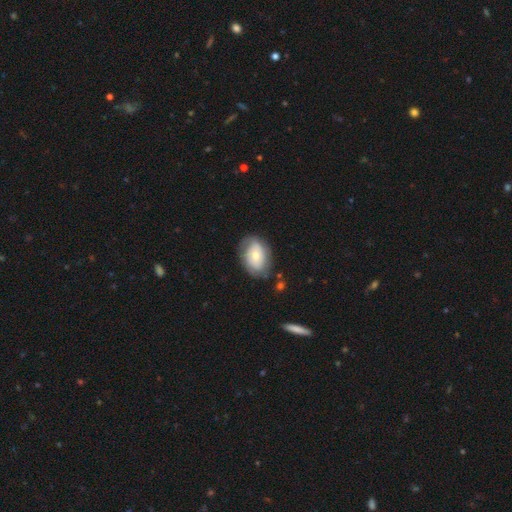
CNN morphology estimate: type=smooth (54%); roundness=in between (82%); merging=none (72%).